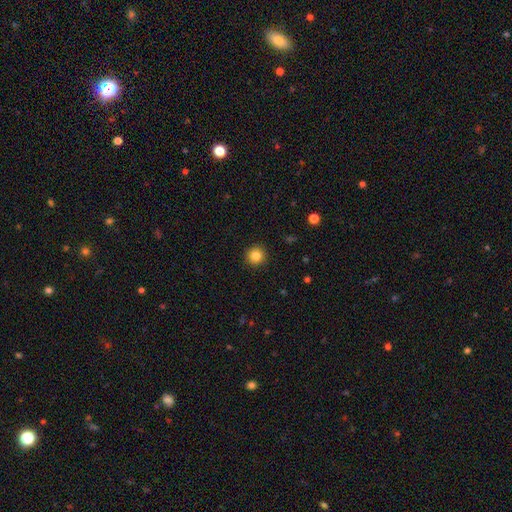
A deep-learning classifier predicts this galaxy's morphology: A smooth galaxy with no disk features (83%) that is round (95%).

Vote fractions:
- Smooth or featured? smooth: 83% / star or artifact: 11% / featured or disk: 6%
- How rounded? round: 95% / in between: 4% / cigar-shaped: 1%
- Merging? none: 92% / minor disturbance: 5% / major disturbance: 2% / merger: 1%